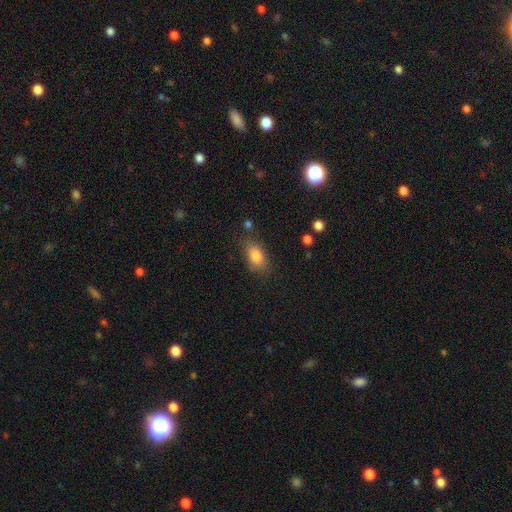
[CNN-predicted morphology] smooth-or-featured: smooth: 85% | star or artifact: 8% | featured or disk: 7%
  how-rounded: in between: 87% | round: 10% | cigar-shaped: 3%
  merging: none: 76% | minor disturbance: 16% | major disturbance: 5% | merger: 3%